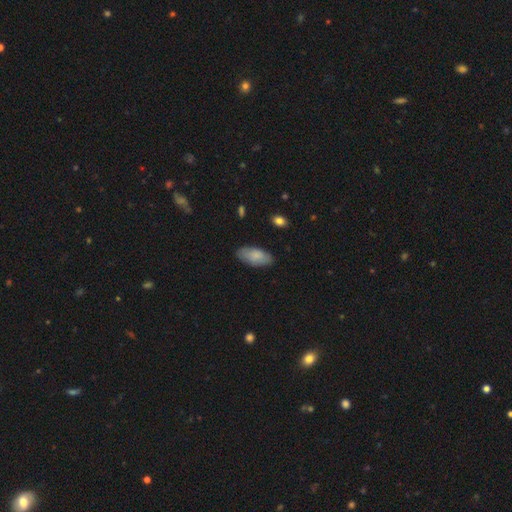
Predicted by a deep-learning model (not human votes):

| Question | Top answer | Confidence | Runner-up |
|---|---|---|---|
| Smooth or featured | smooth | 81% | featured or disk (13%) |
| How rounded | in between | 91% | cigar-shaped (7%) |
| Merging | none | 82% | minor disturbance (14%) |